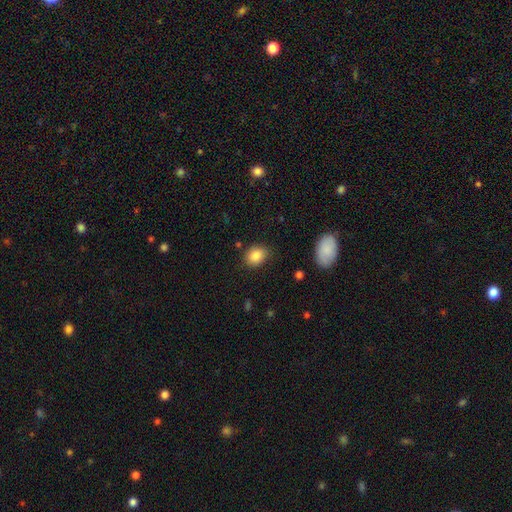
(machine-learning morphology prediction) A smooth galaxy with no disk features (85%) that is in between round and cigar-shaped (55%). Merging: none (83%).